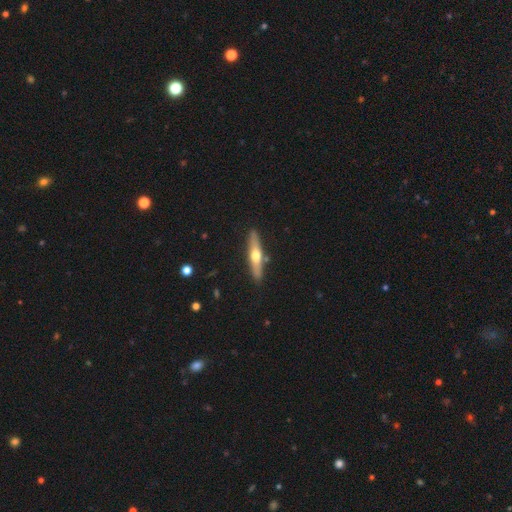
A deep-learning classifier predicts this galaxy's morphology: This appears to be a featured or disk galaxy (54%) viewed edge-on (92%). Merging: none (87%).